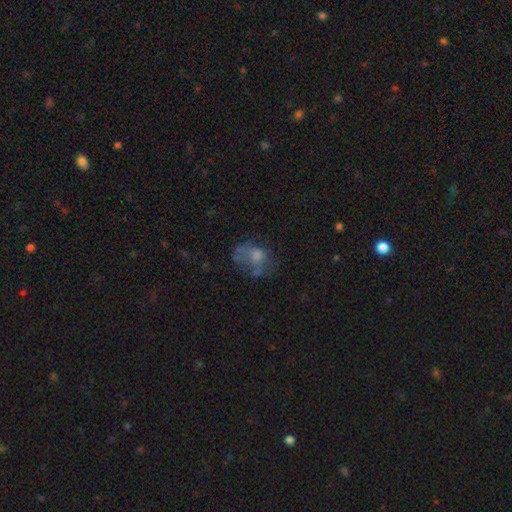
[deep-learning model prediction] Q: Smooth or featured?
A: smooth (45%); runner-up: featured or disk (37%)
Q: Merging?
A: none (38%); runner-up: major disturbance (30%)